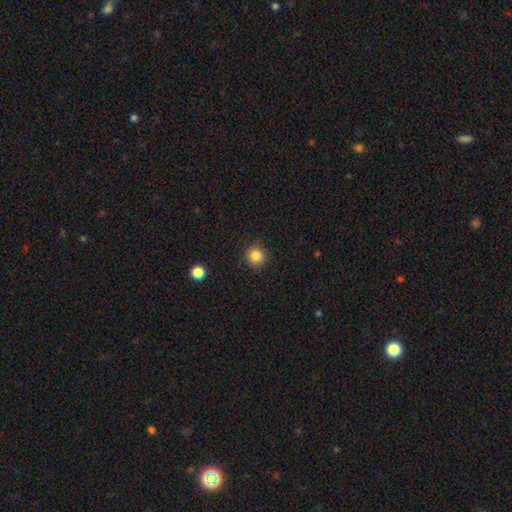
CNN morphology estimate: A smooth galaxy with no disk features (85%) that is round (92%). Merging: none (90%).